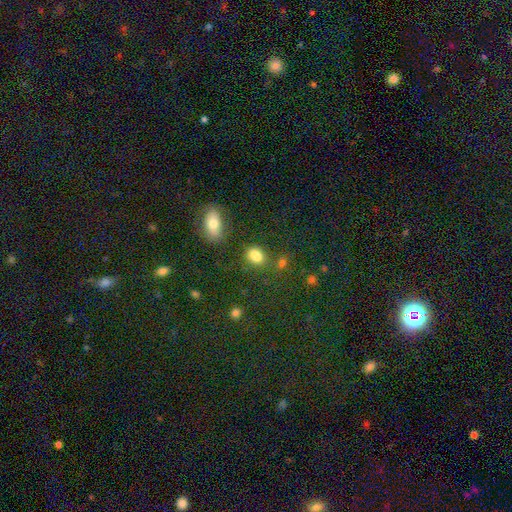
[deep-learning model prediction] Overall: smooth (83%). How rounded: in between (70%). Merging: none (68%).